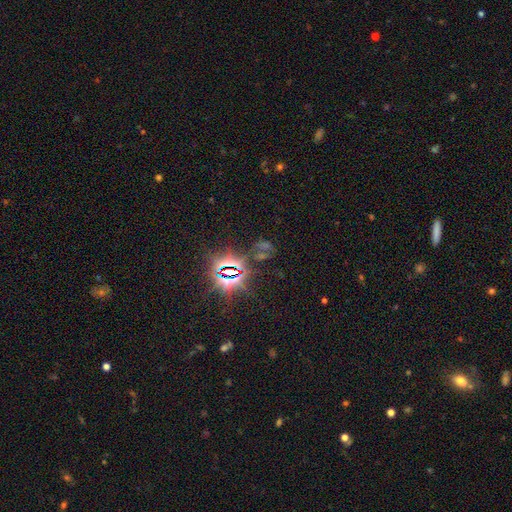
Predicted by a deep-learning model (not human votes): The model was most divided on "smooth or featured": star or artifact: 81%, smooth: 12%, featured or disk: 8%.